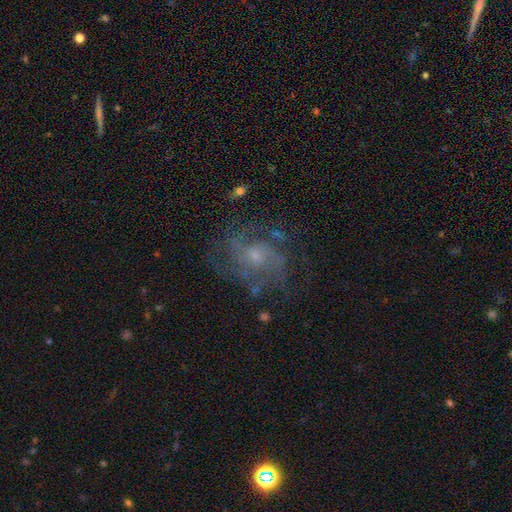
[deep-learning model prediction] A featured or disk galaxy (78%) with no bar (72%), medium (45%) spiral arms (89%) and a small central bulge (60%).

Vote fractions:
- Smooth or featured? featured or disk: 78% / smooth: 12% / star or artifact: 10%
- Edge-on disk? no: 98% / yes: 2%
- Bar? no: 72% / weak: 24% / strong: 3%
- Spiral arms? yes: 89% / no: 11%
- Spiral winding? medium: 45% / tight: 38% / loose: 16%
- Spiral arm count? can't tell: 31% / 3: 24% / 2: 22% / 4: 11% / 1: 6% / more than 4: 6%
- Bulge size? small: 60% / moderate: 32% / none: 5% / large: 2% / dominant: 1%
- Merging? none: 67% / minor disturbance: 18% / major disturbance: 14% / merger: 2%